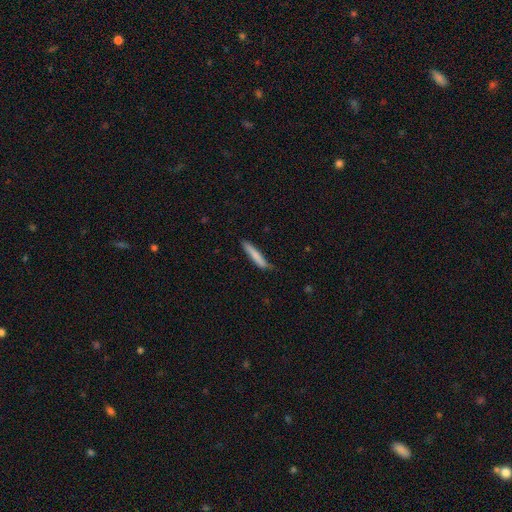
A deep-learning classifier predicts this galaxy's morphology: type=smooth (77%); roundness=cigar-shaped (93%); merging=none (73%).